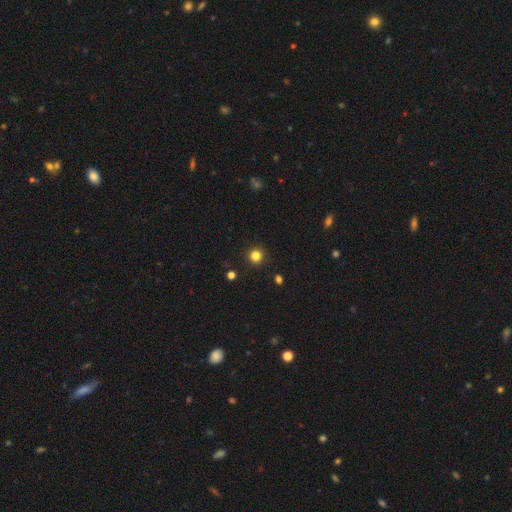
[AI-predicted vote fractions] Morphology: type=smooth (83%); roundness=round (95%); merging=none (92%).